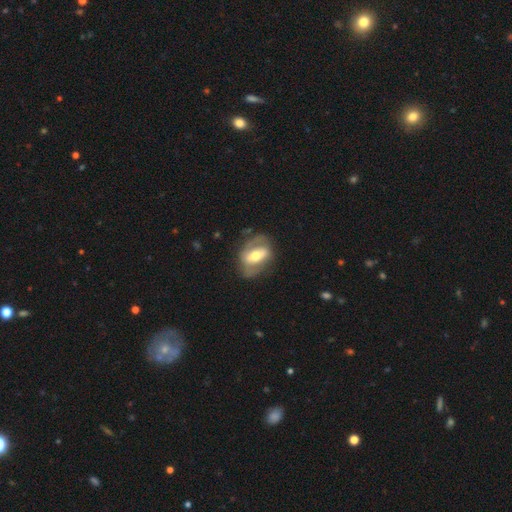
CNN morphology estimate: featured or disk 64%, smooth 30%, star or artifact 6%. Down the decision tree: edge-on disk — no (92%); bar — strong (46%); spiral arms — yes (54%); bulge size — moderate (67%); merging — none (63%).